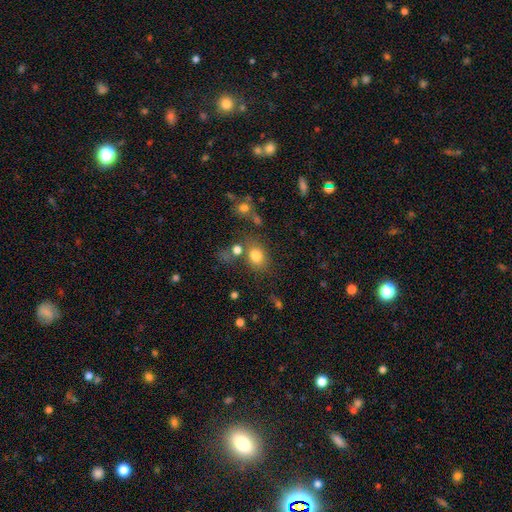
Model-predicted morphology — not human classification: smooth_or_featured: smooth (p=0.78) [alt: star or artifact p=0.13]
how_rounded: in between (p=0.55) [alt: round p=0.43]
merging: none (p=0.63) [alt: merger p=0.17]